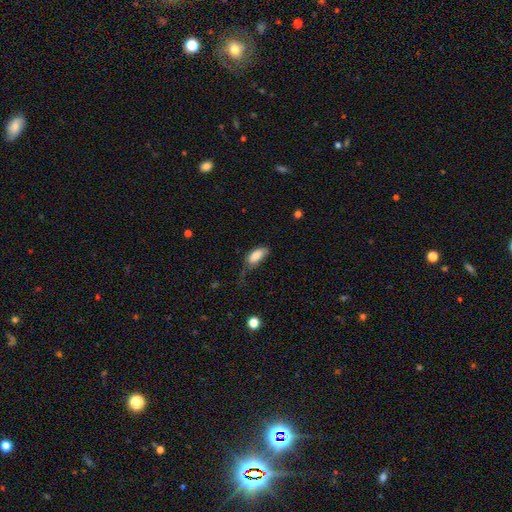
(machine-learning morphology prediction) Overall: smooth (79%). How rounded: in between (88%). Merging: minor disturbance (37%; none 32%).